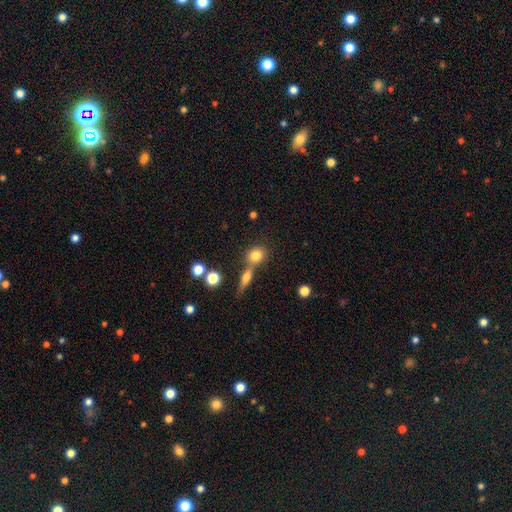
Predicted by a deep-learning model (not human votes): Smooth or featured? Predicted: smooth (p=0.79). How rounded? Predicted: round (p=0.72). Merging? Predicted: none (p=0.53).